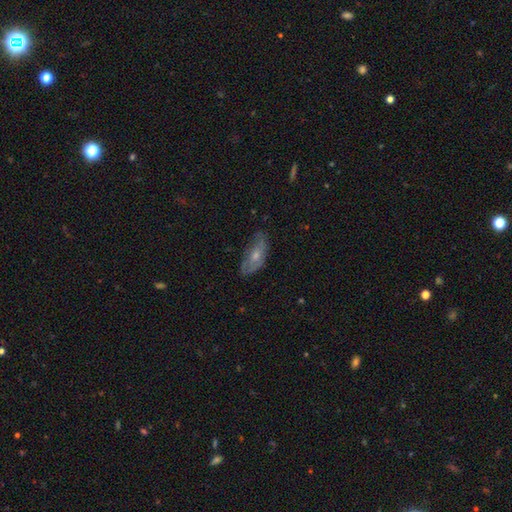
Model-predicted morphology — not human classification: smooth 47%, featured or disk 46%, star or artifact 8%. Down the decision tree: merging — none (58%).